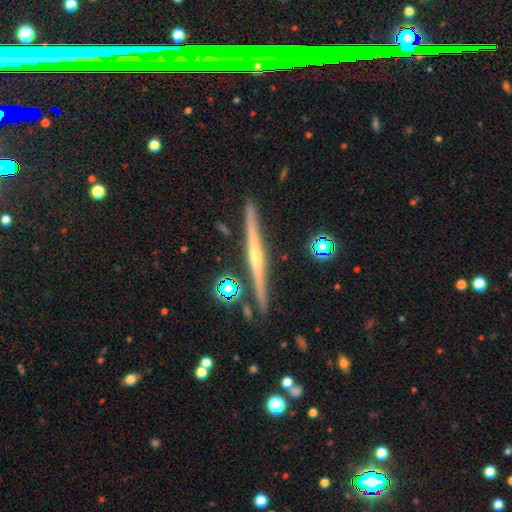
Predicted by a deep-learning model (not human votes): Morphology: type=featured or disk (82%); edge-on=yes (98%); edge-on bulge=rounded (73%); merging=none (88%).